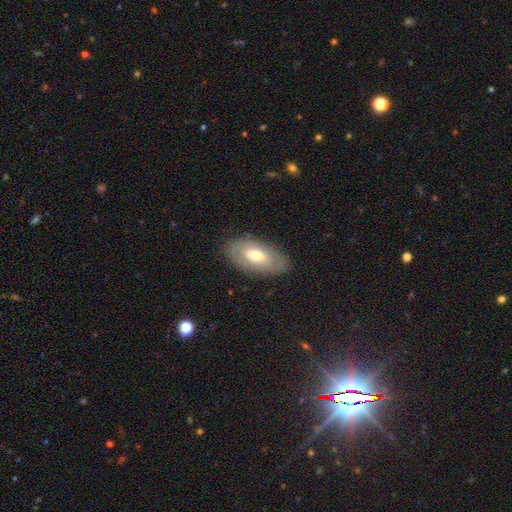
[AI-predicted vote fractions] The model was most divided on "smooth or featured": smooth: 48%, featured or disk: 46%, star or artifact: 6%. More confident: merging — none (84%).